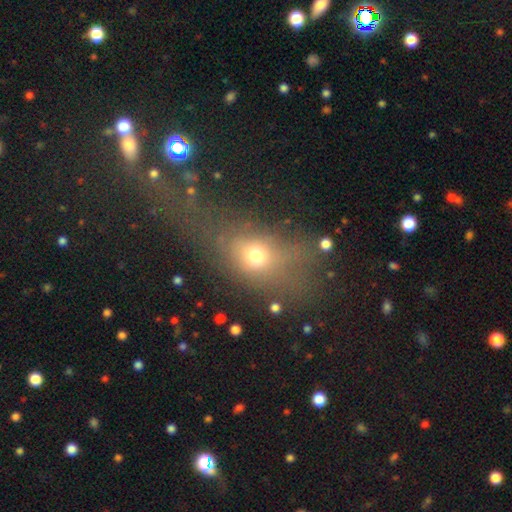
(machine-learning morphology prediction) smooth 65%, featured or disk 18%, star or artifact 18%. Down the decision tree: how rounded — in between (64%); merging — none (47%).